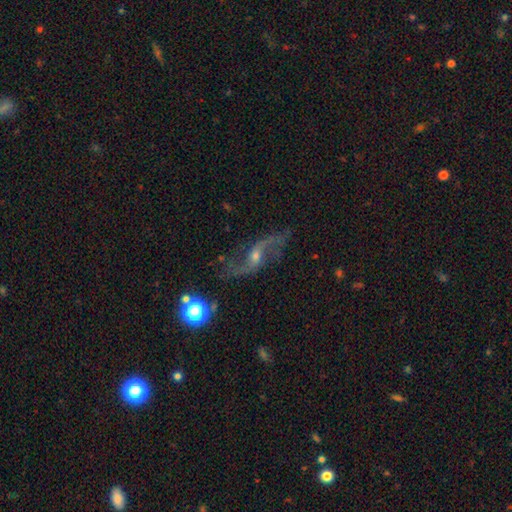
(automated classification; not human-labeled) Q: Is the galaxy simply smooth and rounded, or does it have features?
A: featured or disk — 86%.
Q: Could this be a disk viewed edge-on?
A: no — 93%.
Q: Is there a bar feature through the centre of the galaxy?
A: no — 46%.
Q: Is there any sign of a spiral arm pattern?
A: yes — 95%.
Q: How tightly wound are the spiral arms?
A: loose — 89%.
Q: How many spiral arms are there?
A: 2 — 93%.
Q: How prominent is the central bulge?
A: small — 46%.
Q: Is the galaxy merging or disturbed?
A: none — 74%.